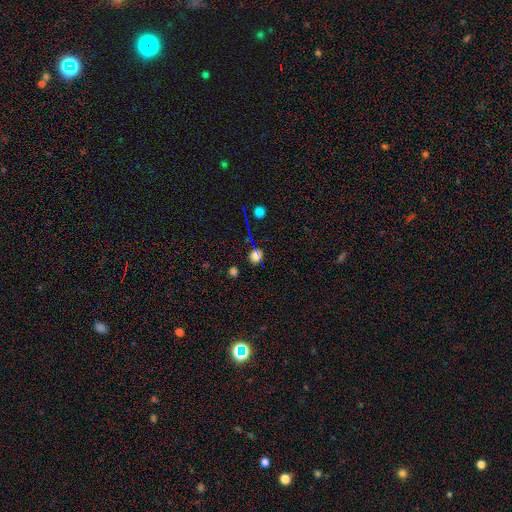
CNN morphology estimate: smooth_or_featured: smooth (p=0.68) [alt: star or artifact p=0.25]
how_rounded: round (p=0.78) [alt: in between p=0.21]
merging: none (p=0.81) [alt: minor disturbance p=0.12]